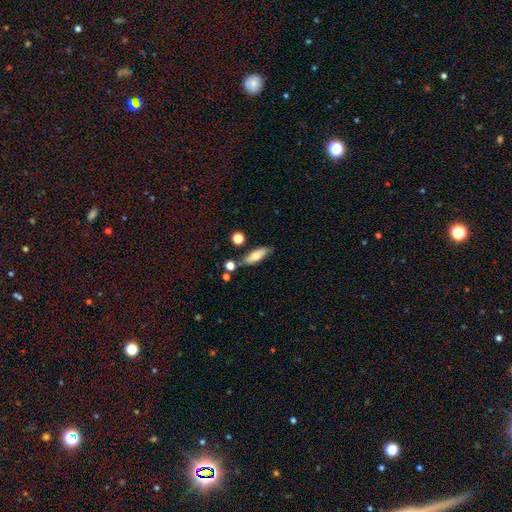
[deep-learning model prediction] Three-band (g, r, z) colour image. It shows a smooth galaxy with no disk features (67%) that is in between round and cigar-shaped (66%). Merging: none (74%).